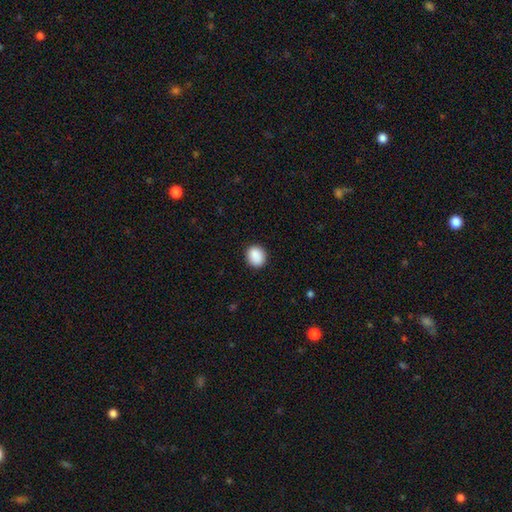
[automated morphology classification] smooth_or_featured: smooth (p=0.89) [alt: star or artifact p=0.08]
how_rounded: round (p=0.69) [alt: in between p=0.30]
merging: none (p=0.89) [alt: minor disturbance p=0.08]